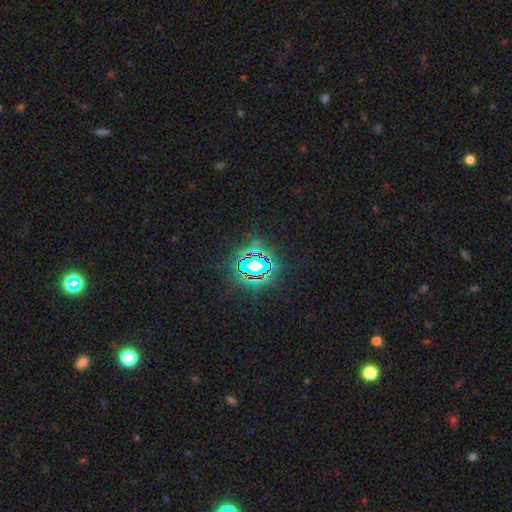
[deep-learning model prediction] This appears to be a star or artifact, not a galaxy (83%).